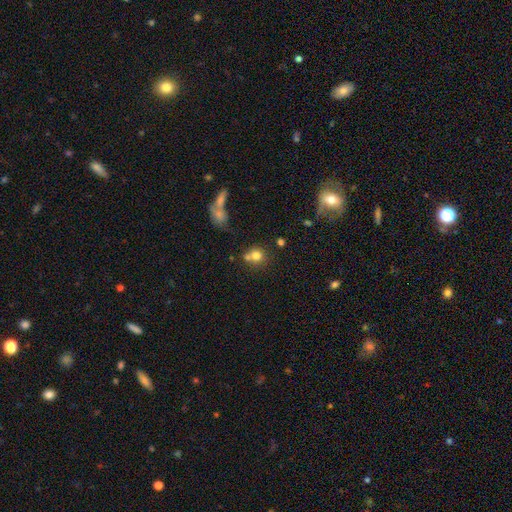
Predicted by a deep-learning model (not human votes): Morphology: type=smooth (76%); roundness=round (84%); merging=none (51%).